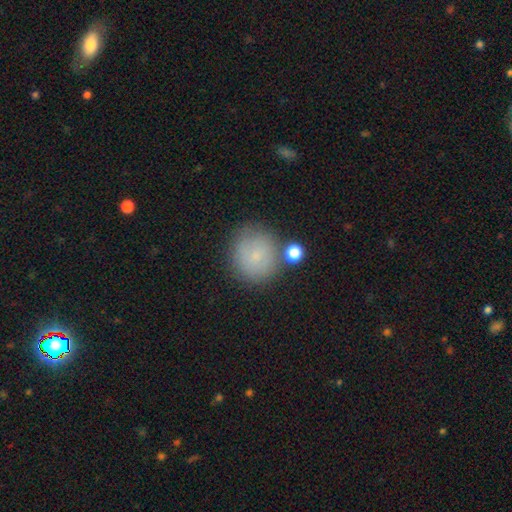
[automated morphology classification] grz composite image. It shows a smooth galaxy with no disk features (74%) that is round (89%). Merging: none (72%).